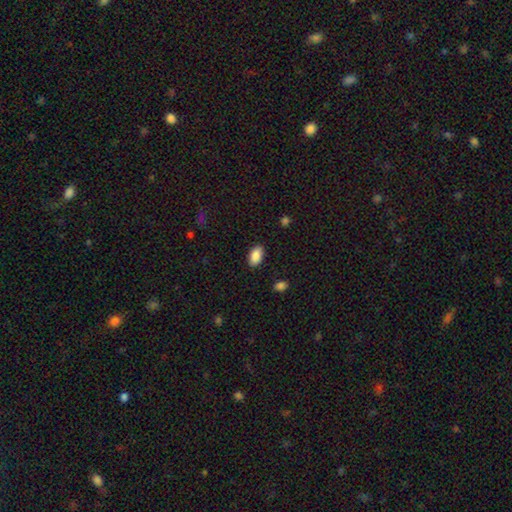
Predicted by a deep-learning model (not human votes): smooth-or-featured: smooth: 89% | star or artifact: 7% | featured or disk: 4%
  how-rounded: in between: 93% | round: 5% | cigar-shaped: 2%
  merging: none: 86% | minor disturbance: 10% | major disturbance: 2% | merger: 1%